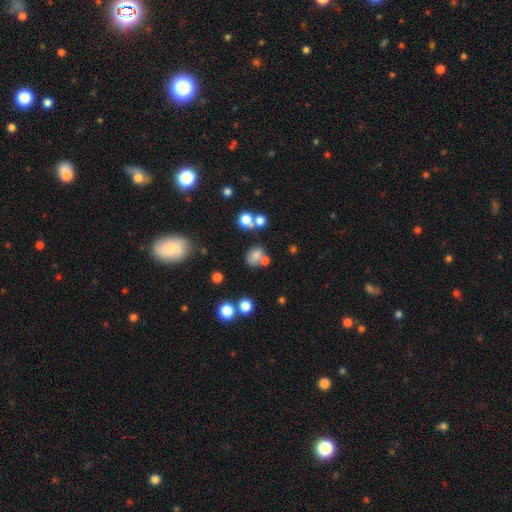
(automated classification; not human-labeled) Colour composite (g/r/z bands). It shows a smooth galaxy with no disk features (70%) that is in between round and cigar-shaped (61%). Merging: none (49%).